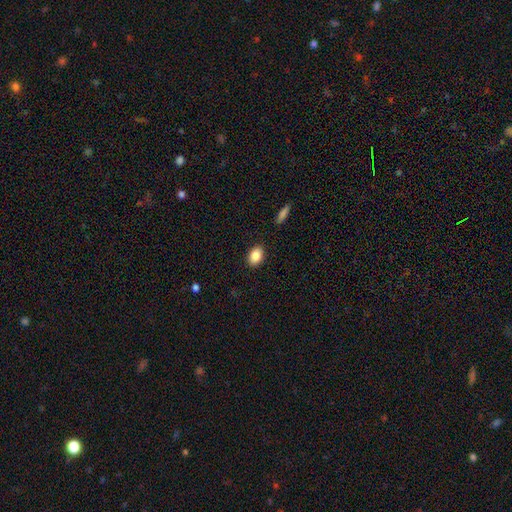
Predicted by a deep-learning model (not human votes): smooth_or_featured: smooth (p=0.85) [alt: star or artifact p=0.08]
how_rounded: in between (p=0.79) [alt: round p=0.20]
merging: none (p=0.89) [alt: minor disturbance p=0.08]